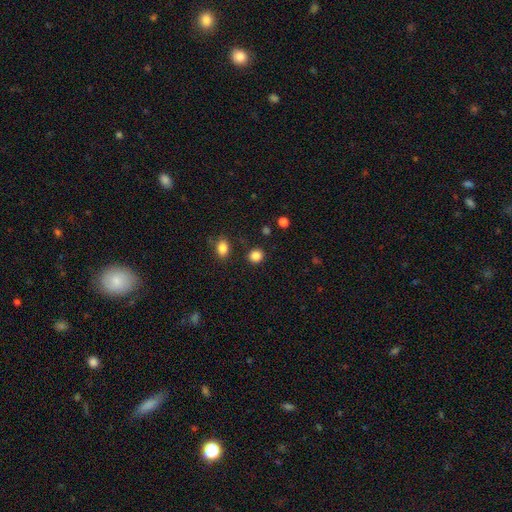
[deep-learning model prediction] Q: Smooth or featured?
A: smooth (86%); runner-up: star or artifact (11%)
Q: How rounded?
A: round (82%); runner-up: in between (17%)
Q: Merging?
A: none (87%); runner-up: minor disturbance (7%)